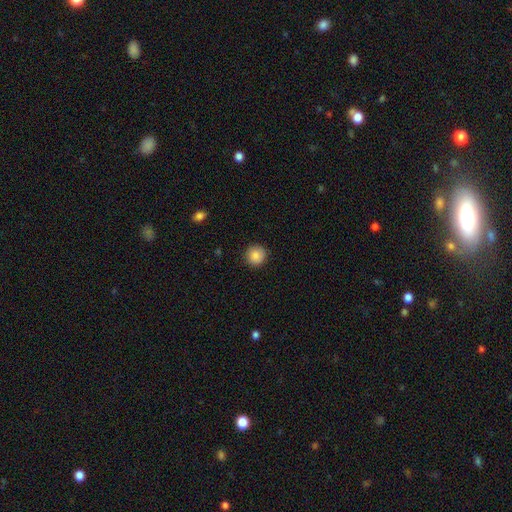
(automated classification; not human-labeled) This is clearly a smooth galaxy (86%). How rounded: clearly round (94%). Merging: clearly none (90%).